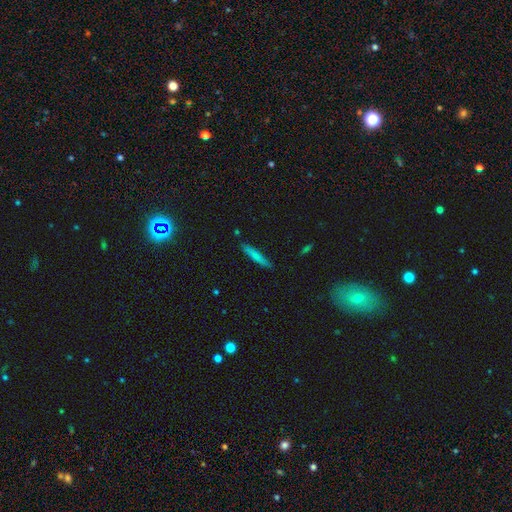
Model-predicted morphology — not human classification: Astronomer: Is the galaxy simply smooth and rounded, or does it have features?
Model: smooth — 74%.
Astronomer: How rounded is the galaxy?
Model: cigar-shaped — 93%.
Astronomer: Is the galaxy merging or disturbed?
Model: none — 86%.